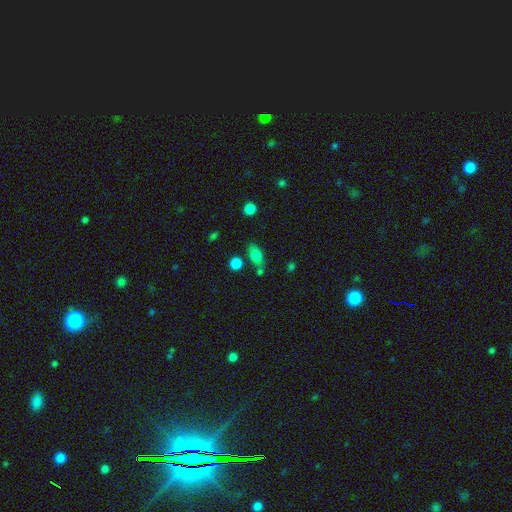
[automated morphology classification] smooth 79%, featured or disk 11%, star or artifact 10%. Down the decision tree: how rounded — in between (78%); merging — none (67%).